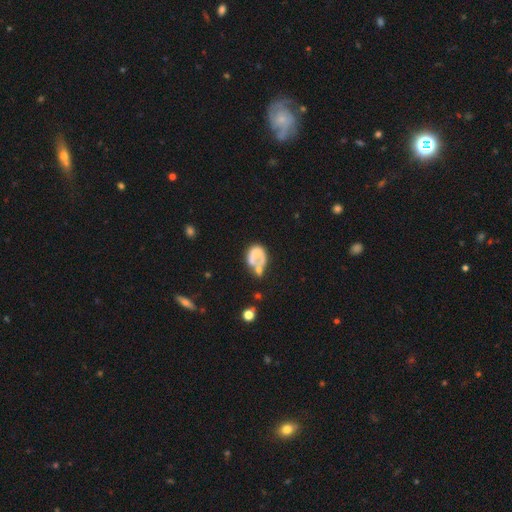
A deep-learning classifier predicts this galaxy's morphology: Overall: featured or disk (47%; smooth 44%). Merging: merger (28%; none 26%).